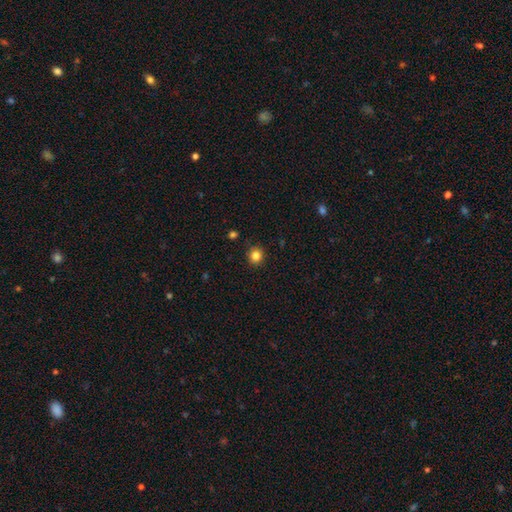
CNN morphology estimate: Q: Smooth or featured?
A: smooth (83%); runner-up: star or artifact (12%)
Q: How rounded?
A: round (89%); runner-up: in between (10%)
Q: Merging?
A: none (89%); runner-up: minor disturbance (7%)